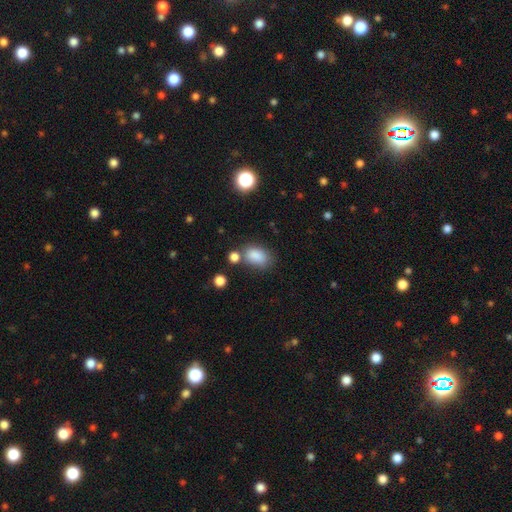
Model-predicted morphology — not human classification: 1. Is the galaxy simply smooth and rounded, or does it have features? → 85% smooth, 10% star or artifact, 5% featured or disk.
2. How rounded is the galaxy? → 83% in between, 15% round, 2% cigar-shaped.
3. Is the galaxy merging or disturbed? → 63% none, 17% minor disturbance, 14% merger, 6% major disturbance.